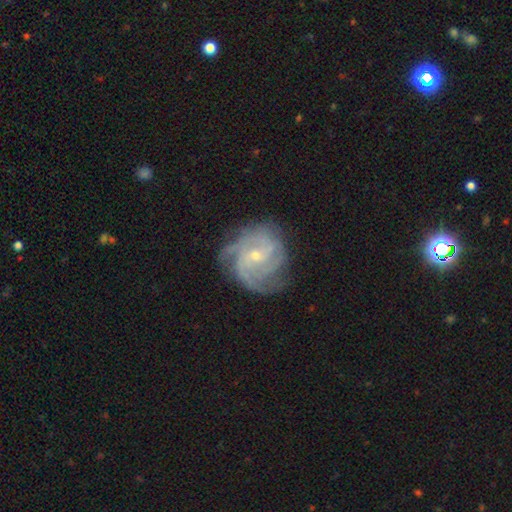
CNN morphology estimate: smooth-or-featured: featured or disk: 87% | smooth: 7% | star or artifact: 6%
  disk-edge-on: no: 98% | yes: 2%
    bar: no: 57% | weak: 35% | strong: 8%
    has-spiral-arms: yes: 97% | no: 3%
      spiral-winding: tight: 54% | medium: 38% | loose: 8%
      spiral-arm-count: 3: 31% | 4: 25% | can't tell: 19% | 2: 12% | more than 4: 7% | 1: 6%
    bulge-size: small: 72% | moderate: 25% | none: 2% | large: 1% | dominant: 1%
  merging: none: 71% | minor disturbance: 19% | major disturbance: 9% | merger: 1%